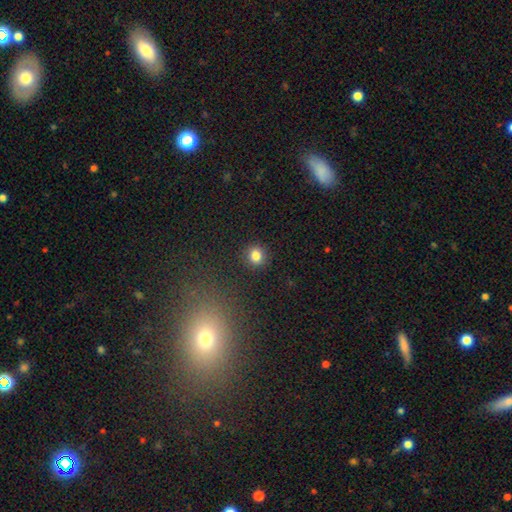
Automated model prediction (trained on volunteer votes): Morphology: type=smooth (82%); roundness=round (83%); merging=none (91%).